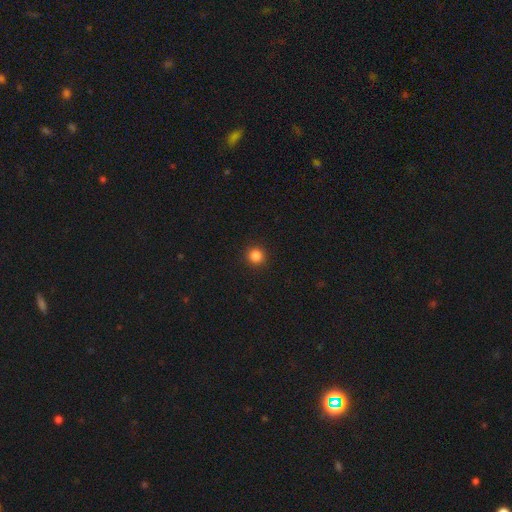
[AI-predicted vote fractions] Smooth or featured: smooth — 84% (star or artifact — 12%)
How rounded: round — 94% (in between — 5%)
Merging: none — 93% (minor disturbance — 4%)